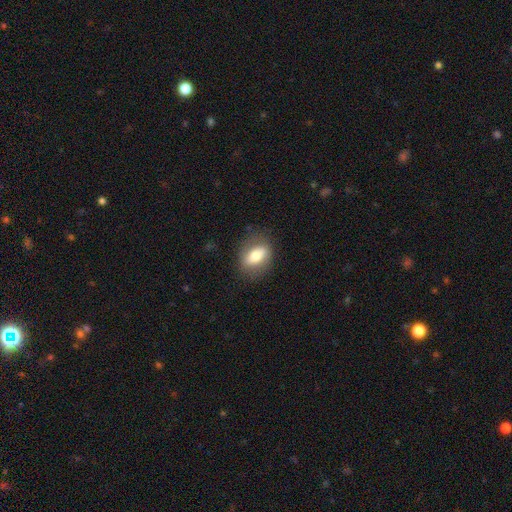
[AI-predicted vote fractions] smooth 65%, featured or disk 28%, star or artifact 7%. Down the decision tree: how rounded — in between (76%); merging — none (79%).